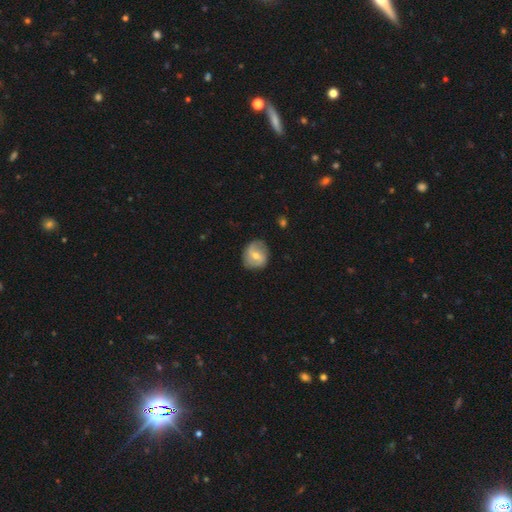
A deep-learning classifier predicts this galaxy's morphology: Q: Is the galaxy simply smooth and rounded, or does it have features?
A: featured or disk — 51%.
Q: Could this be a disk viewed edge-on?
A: no — 96%.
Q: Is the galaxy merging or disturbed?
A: none — 78%.